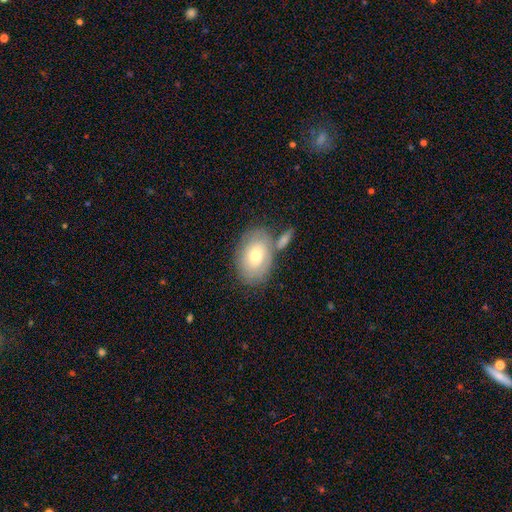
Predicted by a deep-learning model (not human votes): A smooth galaxy with no disk features (66%) that is in between round and cigar-shaped (85%).

Vote fractions:
- Smooth or featured? smooth: 66% / featured or disk: 28% / star or artifact: 7%
- How rounded? in between: 85% / round: 14% / cigar-shaped: 1%
- Merging? none: 62% / merger: 18% / minor disturbance: 16% / major disturbance: 5%